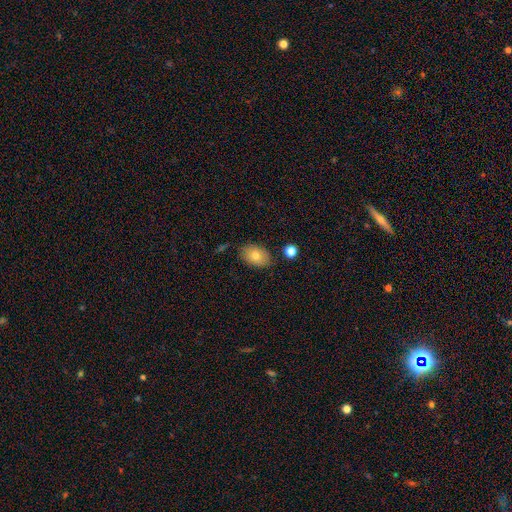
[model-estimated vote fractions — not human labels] Smooth or featured? smooth (77%)
How rounded? in between (81%)
Merging? none (80%)